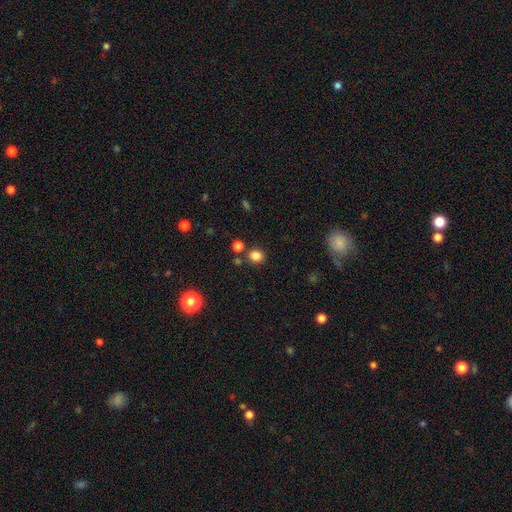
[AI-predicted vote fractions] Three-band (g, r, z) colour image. It shows a smooth galaxy with no disk features (82%) that is round (79%). Merging: none (81%).